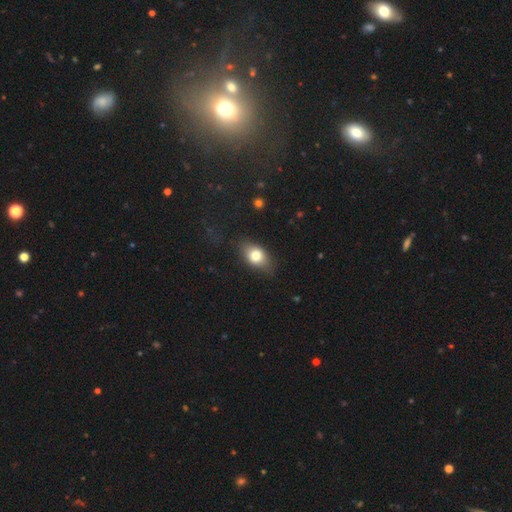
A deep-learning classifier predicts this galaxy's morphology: Smooth or featured: smooth — 75% (featured or disk — 17%)
How rounded: in between — 78% (round — 19%)
Merging: none — 75% (minor disturbance — 19%)